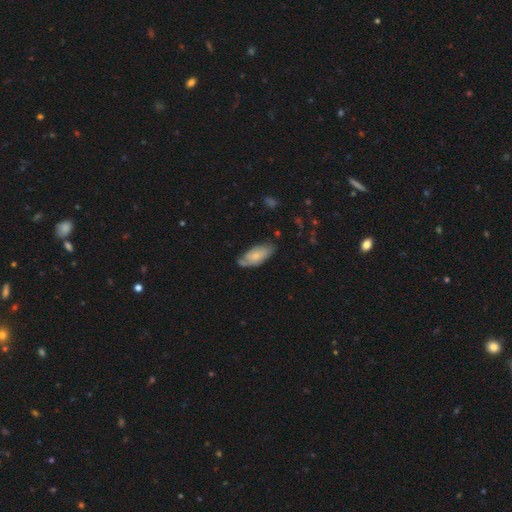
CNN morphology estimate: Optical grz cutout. It shows a smooth galaxy with no disk features (59%) that is in between round and cigar-shaped (87%). Merging: none (56%).